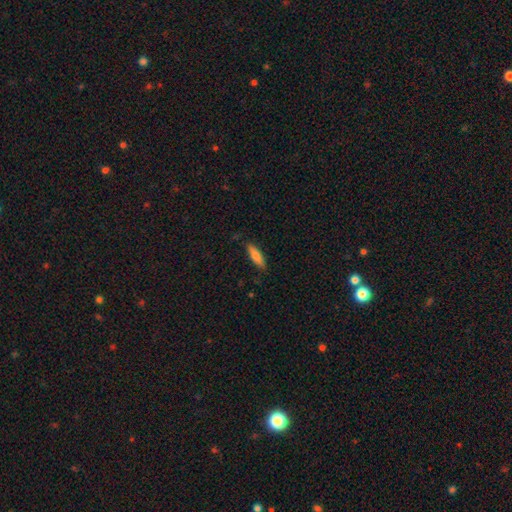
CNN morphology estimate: smooth-or-featured: smooth: 78% | featured or disk: 16% | star or artifact: 6%
  how-rounded: cigar-shaped: 60% | in between: 38% | round: 2%
  merging: none: 82% | minor disturbance: 14% | major disturbance: 2% | merger: 1%